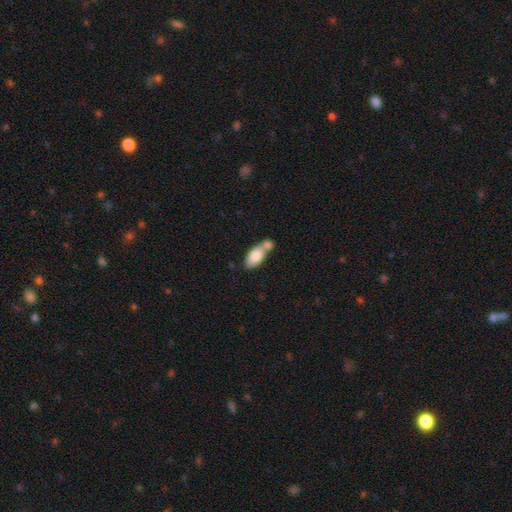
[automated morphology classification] Overall: smooth (78%). How rounded: in between (88%). Merging: merger (53%; none 32%).